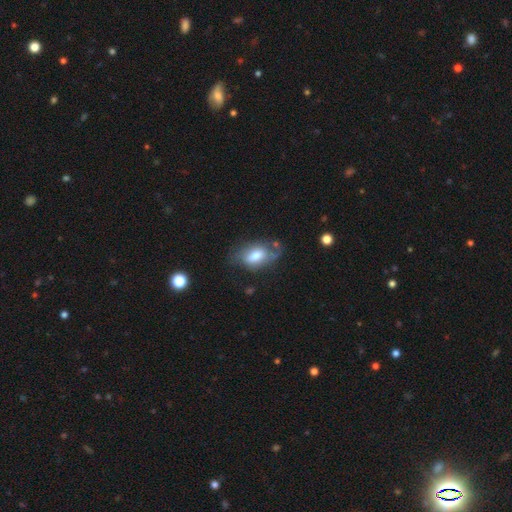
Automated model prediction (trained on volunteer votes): Smooth or featured: smooth — 62% (featured or disk — 31%)
How rounded: in between — 89% (round — 8%)
Merging: none — 47% (minor disturbance — 30%)